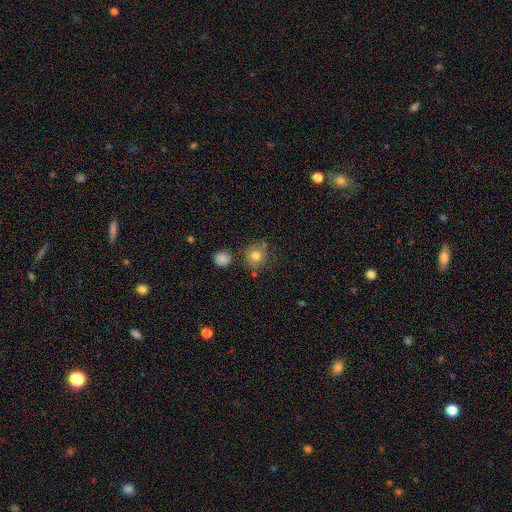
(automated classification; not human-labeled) This appears to be a smooth galaxy with no disk features (76%) that is round (84%). Merging: none (73%).